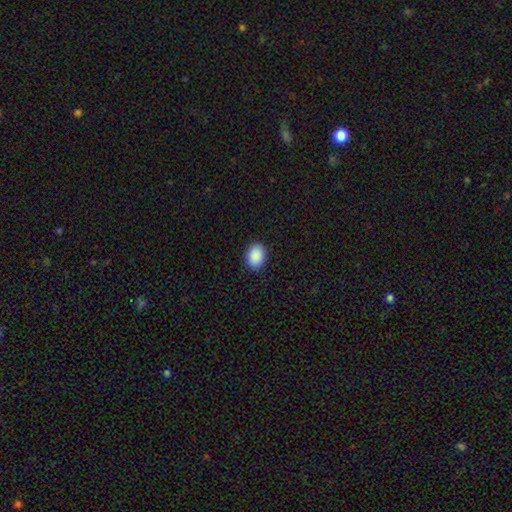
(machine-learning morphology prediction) smooth 90%, star or artifact 7%, featured or disk 2%. Down the decision tree: how rounded — in between (72%); merging — none (89%).